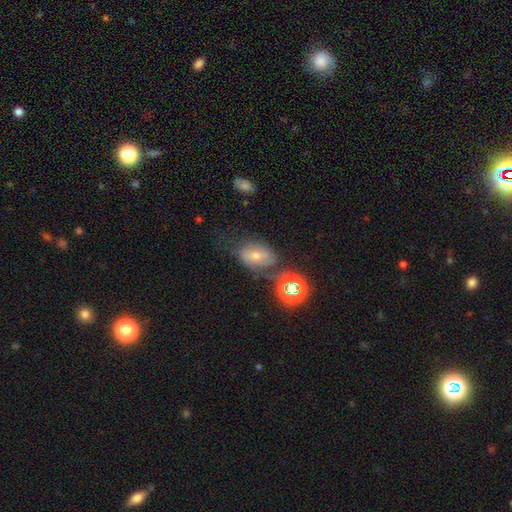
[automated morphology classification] The model was most divided on "smooth or featured" (2-way tie): smooth: 38%, featured or disk: 38%, star or artifact: 24%. More confident: merging — none (51%).